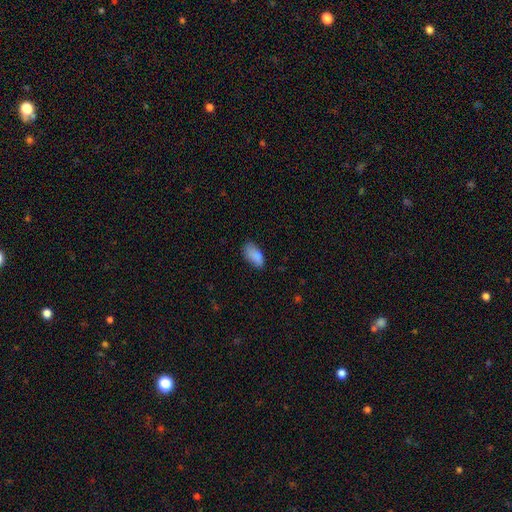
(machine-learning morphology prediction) A smooth galaxy with no disk features (85%) that is in between round and cigar-shaped (91%). Merging: none (66%).